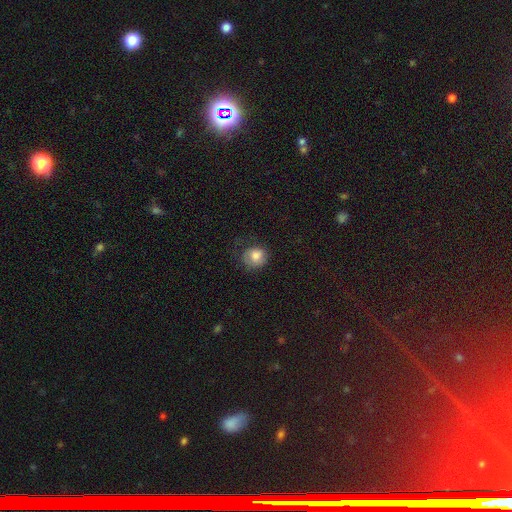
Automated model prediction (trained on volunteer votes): Smooth or featured? Predicted: smooth (p=0.78). How rounded? Predicted: round (p=0.77). Merging? Predicted: none (p=0.59).